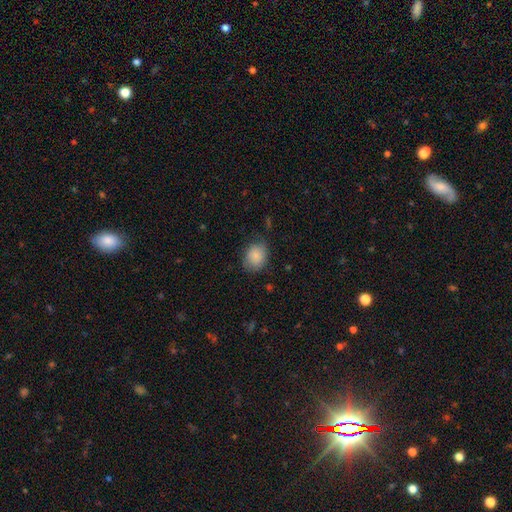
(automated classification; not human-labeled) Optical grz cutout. It shows a smooth galaxy with no disk features (87%) that is round (54%). Merging: none (76%).